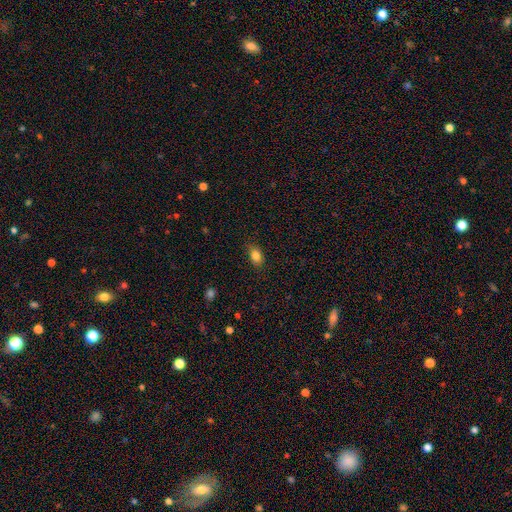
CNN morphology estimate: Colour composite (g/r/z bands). It shows a smooth galaxy with no disk features (85%) that is in between round and cigar-shaped (80%). Merging: none (84%).